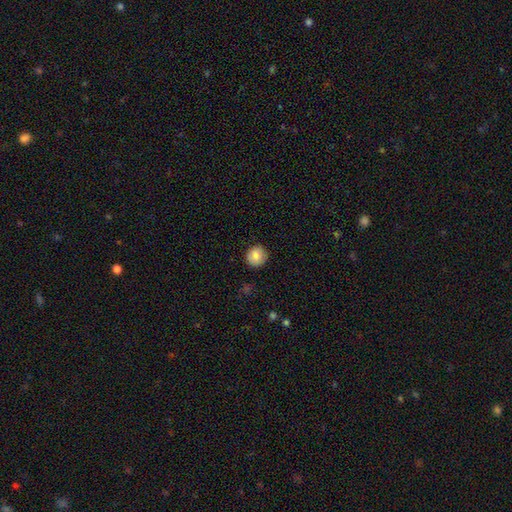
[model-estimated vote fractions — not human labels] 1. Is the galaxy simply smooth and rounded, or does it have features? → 84% smooth, 8% star or artifact, 8% featured or disk.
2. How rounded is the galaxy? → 91% round, 8% in between, 1% cigar-shaped.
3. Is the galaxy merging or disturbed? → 87% none, 10% minor disturbance, 2% major disturbance, 1% merger.